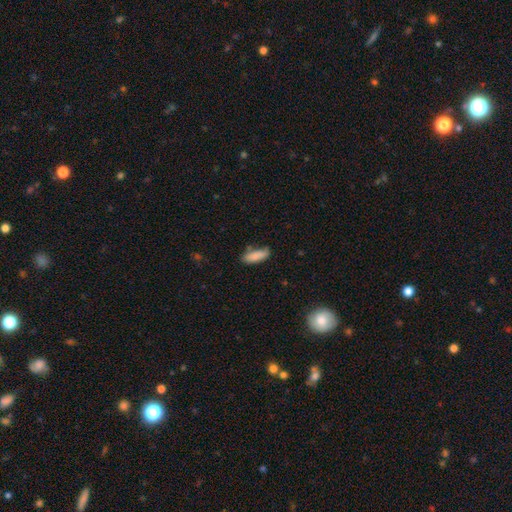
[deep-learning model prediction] smooth_or_featured: smooth (p=0.85) [alt: featured or disk p=0.09]
how_rounded: in between (p=0.66) [alt: cigar-shaped p=0.32]
merging: none (p=0.72) [alt: minor disturbance p=0.20]